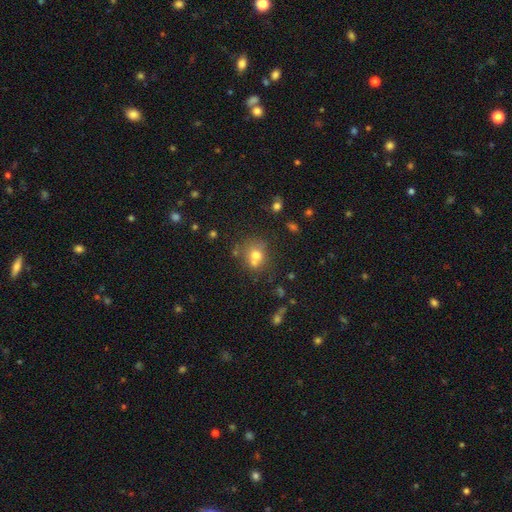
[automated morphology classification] Smooth or featured? Predicted: smooth (p=0.68). How rounded? Predicted: round (p=0.75). Merging? Predicted: none (p=0.49).